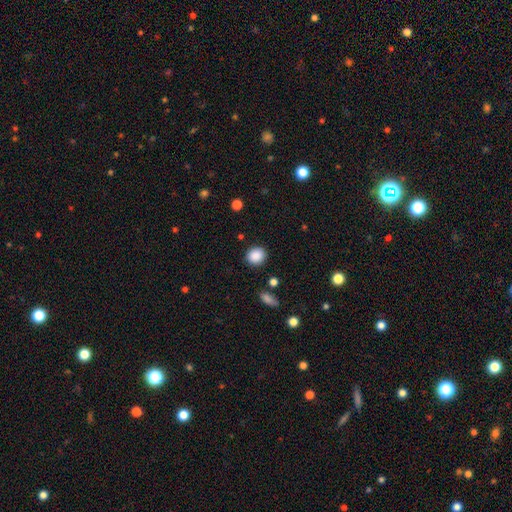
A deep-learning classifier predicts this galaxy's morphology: Smooth or featured: smooth — 88% (star or artifact — 9%)
How rounded: round — 76% (in between — 23%)
Merging: none — 88% (minor disturbance — 8%)